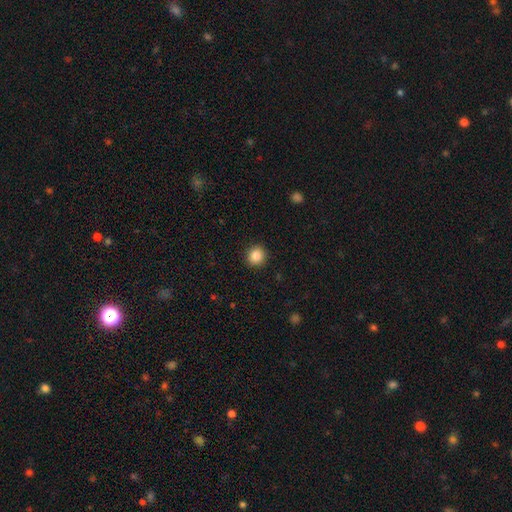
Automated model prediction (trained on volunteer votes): This is clearly a smooth galaxy (86%). How rounded: clearly round (88%). Merging: clearly none (91%).